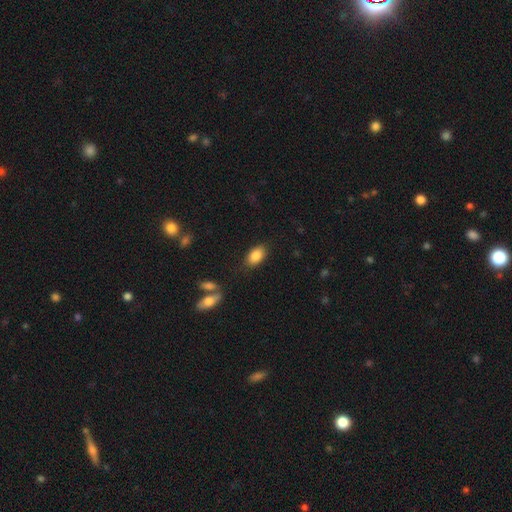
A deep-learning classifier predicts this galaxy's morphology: Overall: smooth (86%). How rounded: in between (90%). Merging: none (82%).